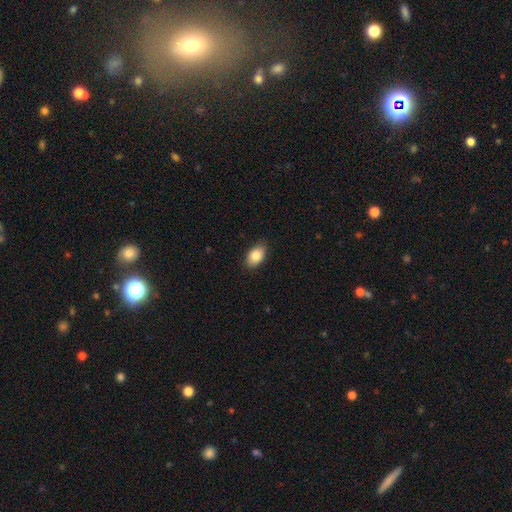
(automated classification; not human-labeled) smooth 86%, star or artifact 7%, featured or disk 7%. Down the decision tree: how rounded — in between (90%); merging — none (85%).